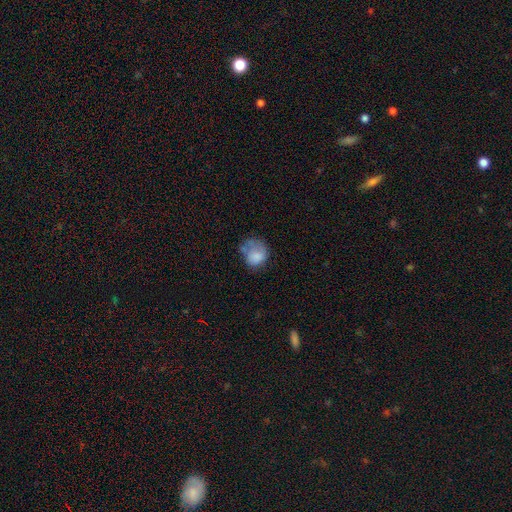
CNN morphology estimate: This is likely a smooth galaxy (74%). How rounded: likely round (61%). Merging: marginally none (31%).